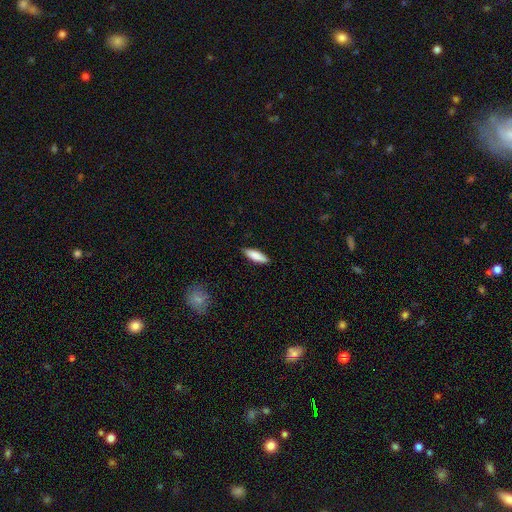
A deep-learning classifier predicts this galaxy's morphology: Smooth or featured?
  - smooth: 86% *
  - featured or disk: 9%
  - star or artifact: 6%
How rounded?
  - cigar-shaped: 52% *
  - in between: 47%
  - round: 2%
Merging?
  - none: 87% *
  - minor disturbance: 10%
  - major disturbance: 2%
  - merger: 1%